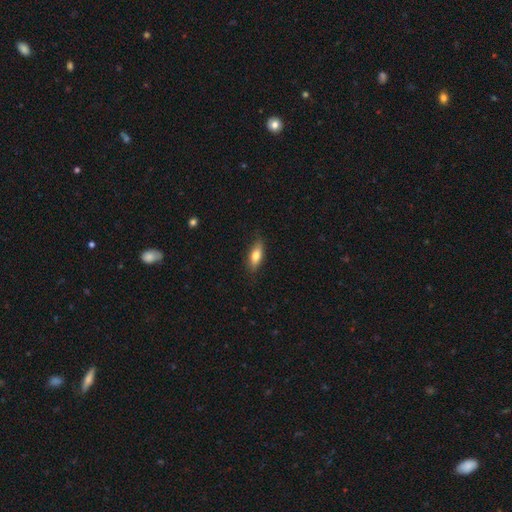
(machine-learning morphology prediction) Smooth or featured? smooth (74%)
How rounded? in between (70%)
Merging? none (82%)